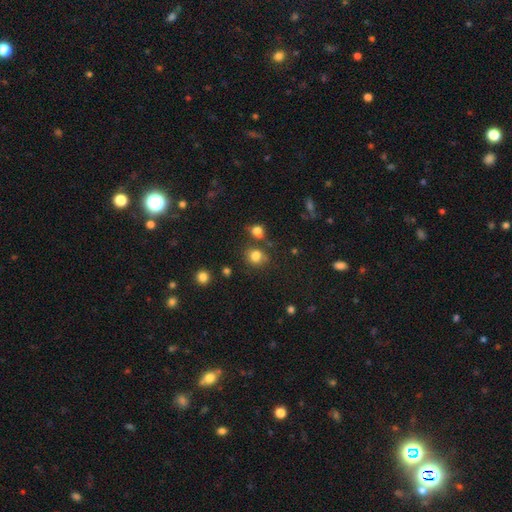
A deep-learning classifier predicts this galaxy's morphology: Overall: smooth (79%). How rounded: round (66%; in between 33%). Merging: none (63%).